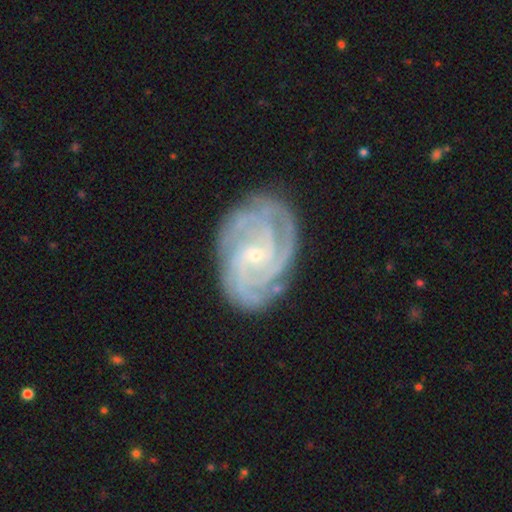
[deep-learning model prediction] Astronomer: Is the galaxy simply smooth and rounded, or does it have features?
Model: featured or disk — 89%.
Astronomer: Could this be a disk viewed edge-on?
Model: no — 97%.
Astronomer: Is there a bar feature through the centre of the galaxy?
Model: no — 62%.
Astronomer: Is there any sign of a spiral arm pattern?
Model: yes — 98%.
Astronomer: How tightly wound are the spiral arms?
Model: tight — 70%.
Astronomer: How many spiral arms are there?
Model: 4 — 30% (runner-up: 3, 26%).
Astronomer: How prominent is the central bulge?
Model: small — 79%.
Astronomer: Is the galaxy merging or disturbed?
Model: none — 79%.